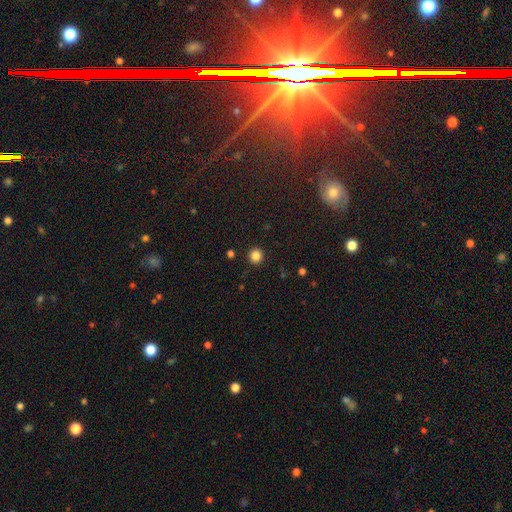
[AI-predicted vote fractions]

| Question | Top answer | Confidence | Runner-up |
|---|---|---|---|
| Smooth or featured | smooth | 85% | star or artifact (12%) |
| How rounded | round | 94% | in between (5%) |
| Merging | none | 92% | minor disturbance (5%) |